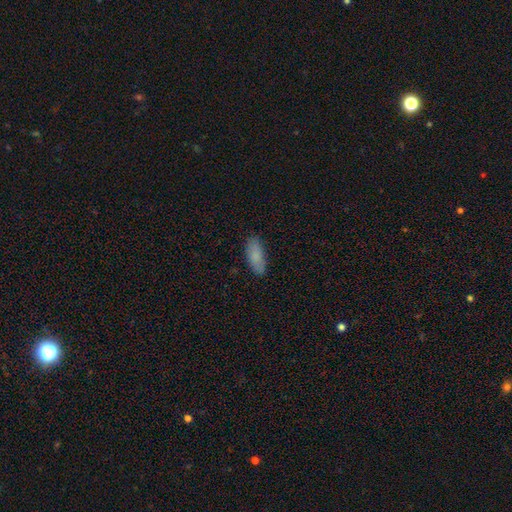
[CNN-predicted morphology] Smooth or featured?
  - smooth: 86% *
  - featured or disk: 8%
  - star or artifact: 7%
How rounded?
  - in between: 75% *
  - cigar-shaped: 23%
  - round: 2%
Merging?
  - none: 83% *
  - minor disturbance: 13%
  - major disturbance: 3%
  - merger: 1%